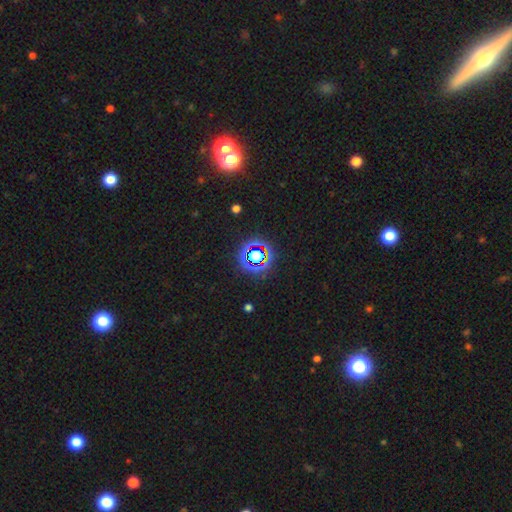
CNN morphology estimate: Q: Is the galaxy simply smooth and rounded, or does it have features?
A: star or artifact — 69%.